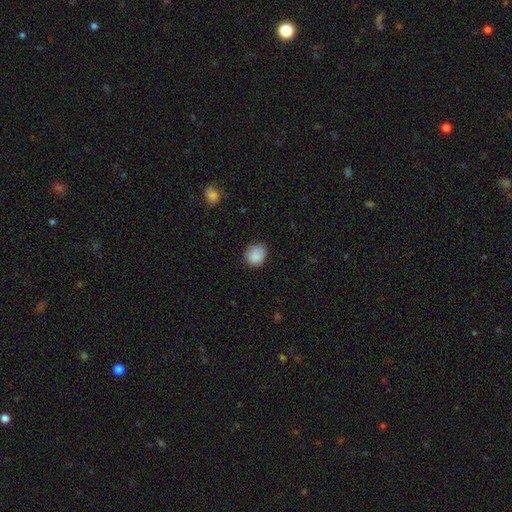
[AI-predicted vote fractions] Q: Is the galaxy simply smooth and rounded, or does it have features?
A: smooth — 88%.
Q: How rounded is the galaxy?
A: round — 82%.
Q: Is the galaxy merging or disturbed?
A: none — 78%.